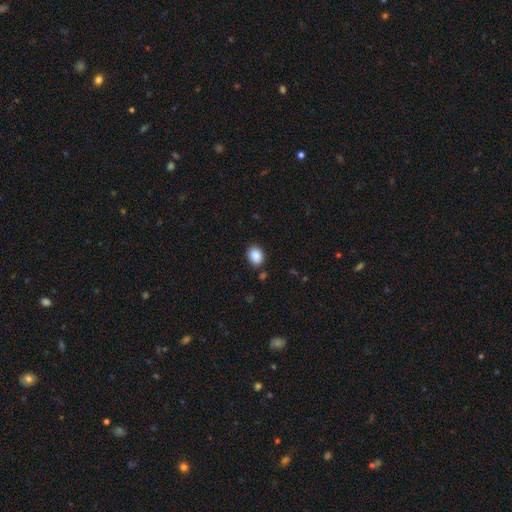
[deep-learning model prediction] smooth_or_featured: smooth (p=0.89) [alt: star or artifact p=0.08]
how_rounded: in between (p=0.65) [alt: round p=0.34]
merging: none (p=0.84) [alt: minor disturbance p=0.11]